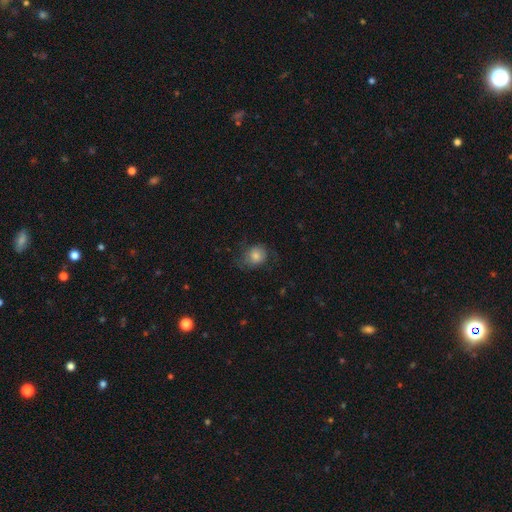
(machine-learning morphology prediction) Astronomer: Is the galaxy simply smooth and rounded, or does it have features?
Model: smooth — 69%.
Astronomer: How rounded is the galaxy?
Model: round — 64%.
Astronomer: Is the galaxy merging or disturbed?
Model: none — 61%.